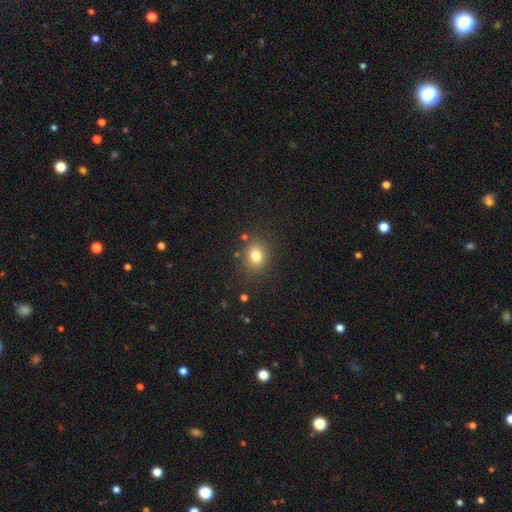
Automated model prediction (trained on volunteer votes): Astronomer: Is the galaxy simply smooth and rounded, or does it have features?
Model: smooth — 78%.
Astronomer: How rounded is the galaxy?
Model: round — 65%.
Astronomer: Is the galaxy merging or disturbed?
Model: none — 84%.